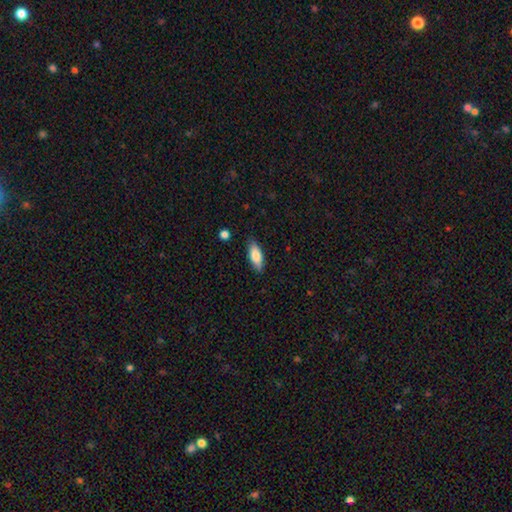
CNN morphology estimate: Q: Smooth or featured?
A: smooth (80%); runner-up: featured or disk (13%)
Q: How rounded?
A: in between (76%); runner-up: cigar-shaped (22%)
Q: Merging?
A: none (86%); runner-up: minor disturbance (11%)